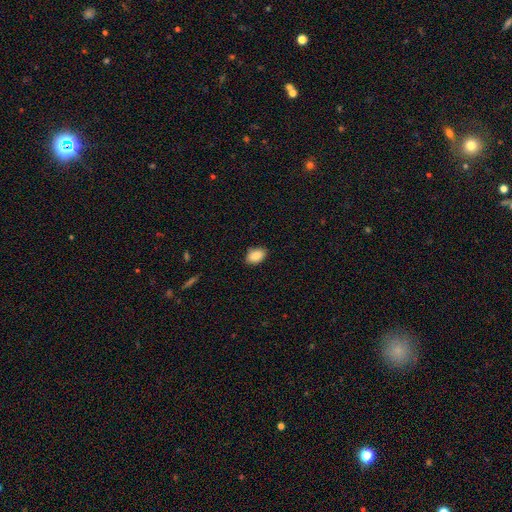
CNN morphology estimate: This is clearly a smooth galaxy (88%). How rounded: clearly in between (88%). Merging: clearly none (85%).